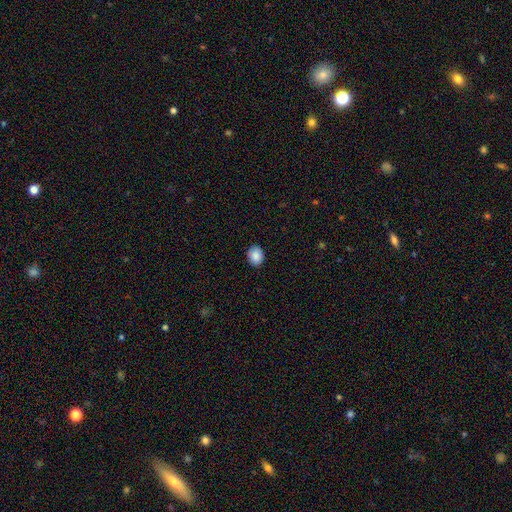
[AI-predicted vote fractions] The model was most divided on "how rounded": round: 56%, in between: 43%, cigar-shaped: 1%. More confident: merging — none (88%); smooth or featured — smooth (88%).